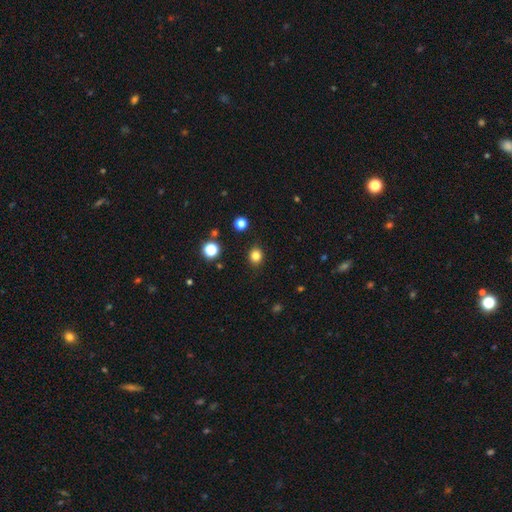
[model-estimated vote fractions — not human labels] Overall: smooth (82%). How rounded: round (74%). Merging: none (89%).